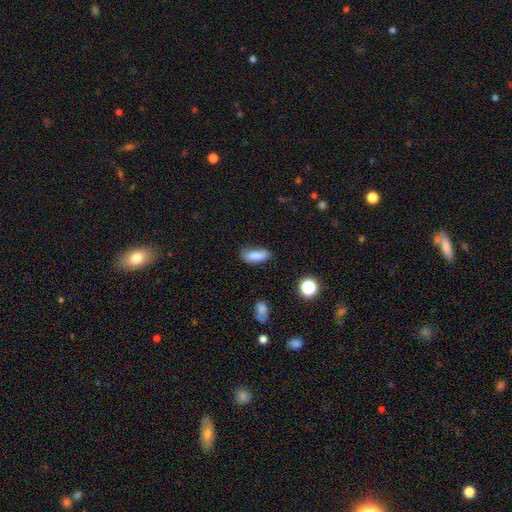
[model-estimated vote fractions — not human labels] Q: Smooth or featured?
A: smooth (81%); runner-up: star or artifact (10%)
Q: How rounded?
A: in between (78%); runner-up: cigar-shaped (18%)
Q: Merging?
A: none (54%); runner-up: minor disturbance (31%)